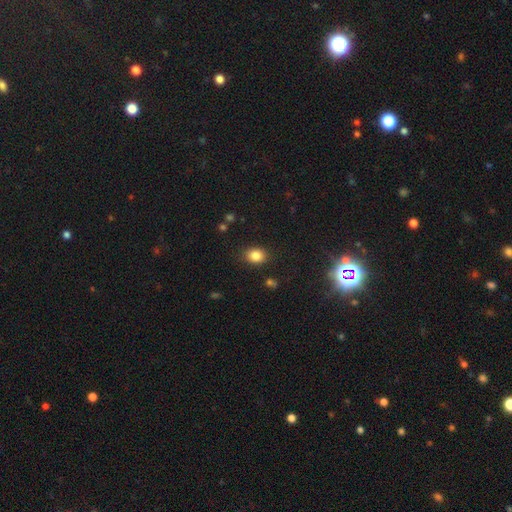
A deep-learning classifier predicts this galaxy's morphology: type=smooth (83%); roundness=in between (55%); merging=none (86%).